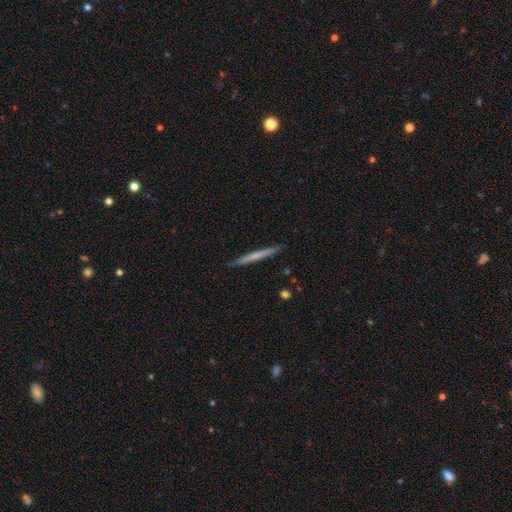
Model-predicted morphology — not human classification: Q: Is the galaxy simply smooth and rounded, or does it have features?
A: smooth — 56%.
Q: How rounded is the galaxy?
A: cigar-shaped — 97%.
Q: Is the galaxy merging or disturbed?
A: none — 92%.